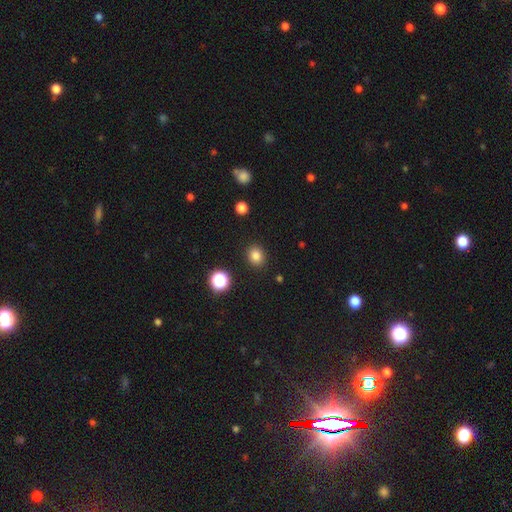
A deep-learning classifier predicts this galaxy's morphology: smooth_or_featured: smooth (p=0.82) [alt: star or artifact p=0.13]
how_rounded: round (p=0.67) [alt: in between p=0.32]
merging: none (p=0.89) [alt: minor disturbance p=0.07]